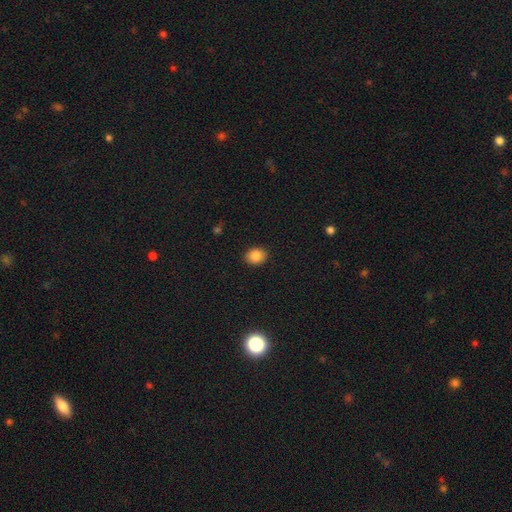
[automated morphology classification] A smooth galaxy with no disk features (86%) that is in between round and cigar-shaped (54%).

Vote fractions:
- Smooth or featured? smooth: 86% / star or artifact: 9% / featured or disk: 5%
- How rounded? in between: 54% / round: 45% / cigar-shaped: 1%
- Merging? none: 89% / minor disturbance: 8% / major disturbance: 2% / merger: 1%